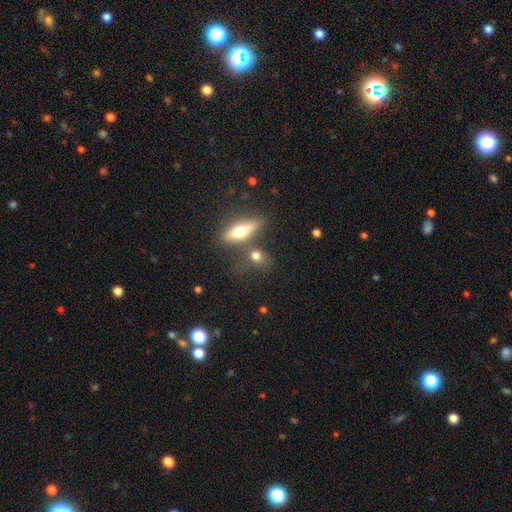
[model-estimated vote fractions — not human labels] Smooth or featured: smooth — 67% (featured or disk — 21%)
How rounded: round — 48% (in between — 39%)
Merging: none — 61% (merger — 19%)